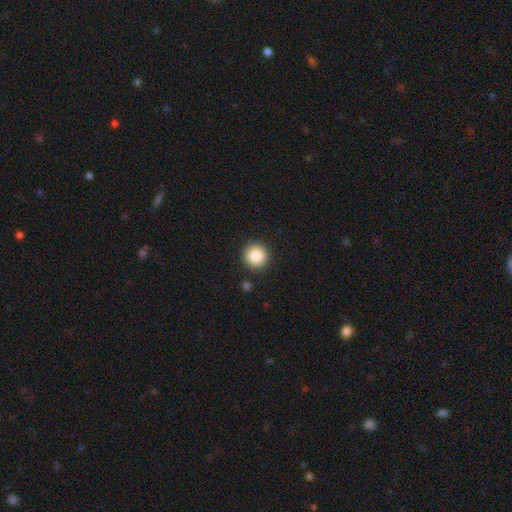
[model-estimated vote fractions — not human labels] Q: Smooth or featured?
A: smooth (87%); runner-up: star or artifact (9%)
Q: How rounded?
A: round (95%); runner-up: in between (4%)
Q: Merging?
A: none (91%); runner-up: minor disturbance (6%)